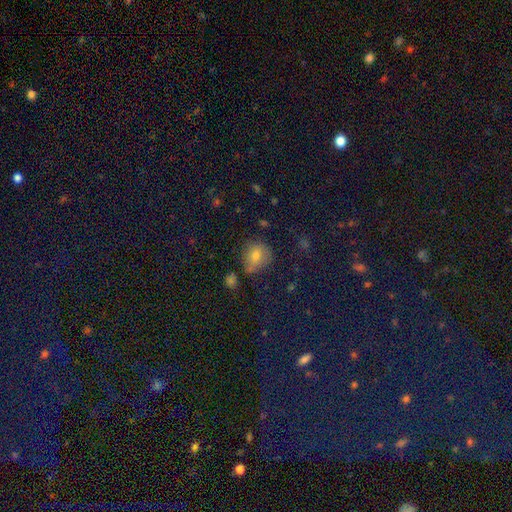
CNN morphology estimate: Smooth or featured? Predicted: smooth (p=0.70). How rounded? Predicted: round (p=0.76). Merging? Predicted: none (p=0.67).